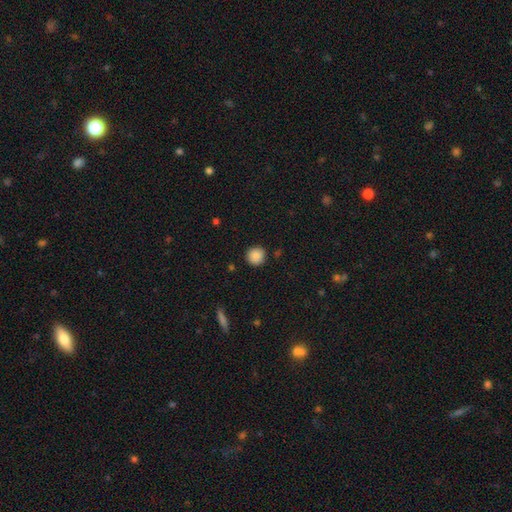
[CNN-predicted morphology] Smooth or featured: smooth — 87% (star or artifact — 9%)
How rounded: round — 94% (in between — 5%)
Merging: none — 89% (minor disturbance — 7%)